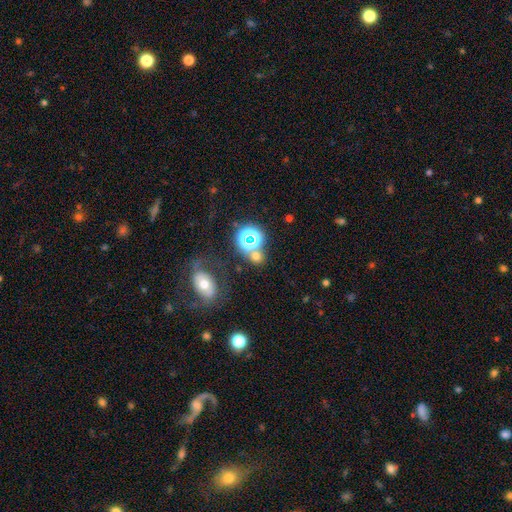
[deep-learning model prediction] This appears to be a smooth galaxy with no disk features (53%) that is round (73%). Merging: none (65%).